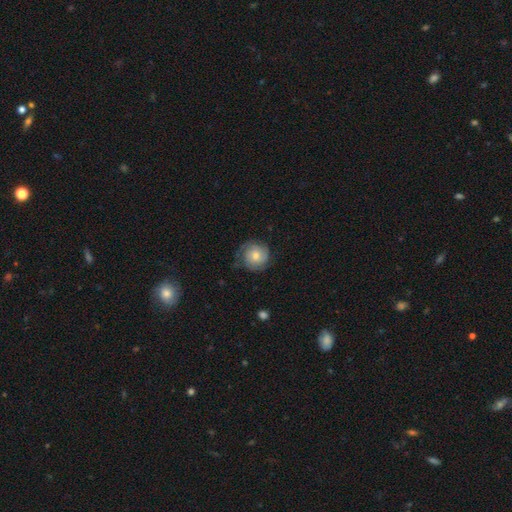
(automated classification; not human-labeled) The model was most divided on "smooth or featured": featured or disk: 52%, smooth: 41%, star or artifact: 7%. More confident: edge-on disk — no (98%); spiral arms — yes (86%); bar — no (80%); merging — none (67%); bulge size — moderate (57%).